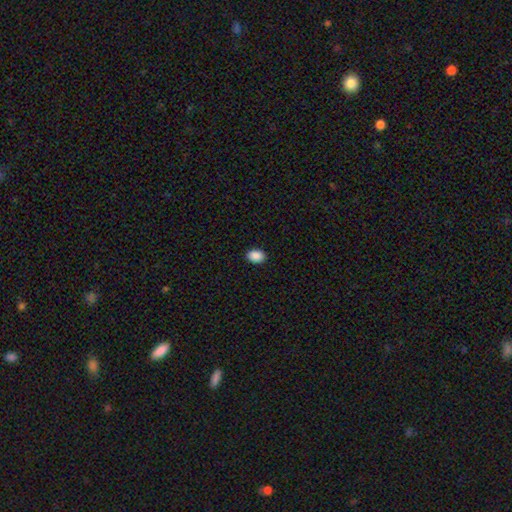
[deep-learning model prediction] Q: Smooth or featured?
A: smooth (90%); runner-up: star or artifact (8%)
Q: How rounded?
A: in between (81%); runner-up: round (18%)
Q: Merging?
A: none (91%); runner-up: minor disturbance (7%)